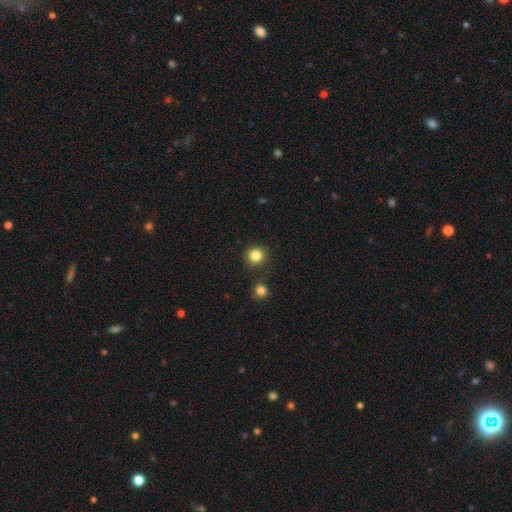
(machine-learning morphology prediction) Smooth or featured: smooth — 84% (star or artifact — 12%)
How rounded: round — 93% (in between — 6%)
Merging: none — 87% (minor disturbance — 6%)